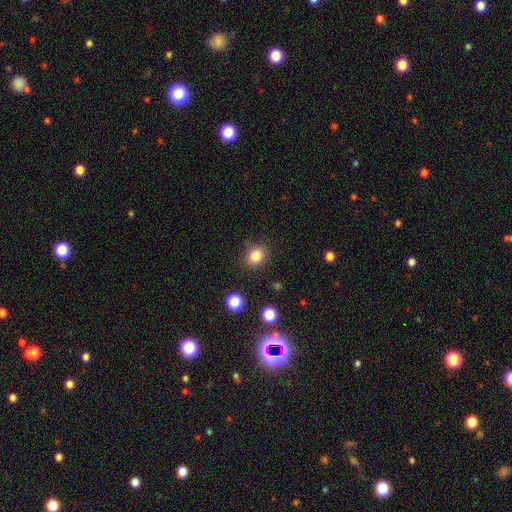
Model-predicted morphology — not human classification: Q: Smooth or featured?
A: smooth (83%); runner-up: star or artifact (11%)
Q: How rounded?
A: round (68%); runner-up: in between (31%)
Q: Merging?
A: none (86%); runner-up: minor disturbance (9%)